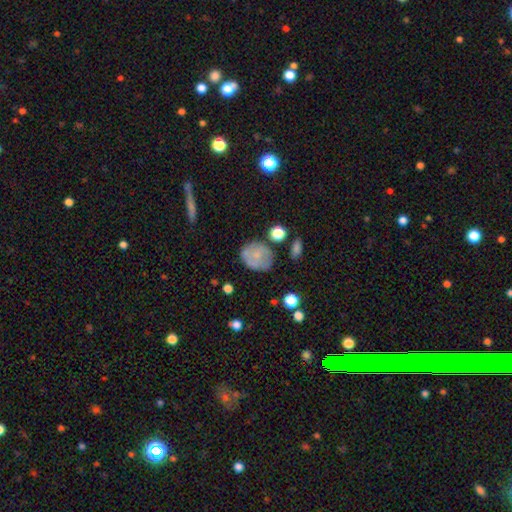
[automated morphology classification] smooth 57%, featured or disk 34%, star or artifact 9%. Down the decision tree: how rounded — round (69%); merging — none (62%).